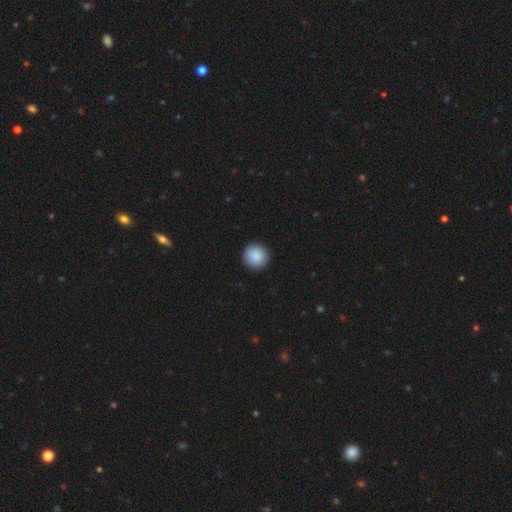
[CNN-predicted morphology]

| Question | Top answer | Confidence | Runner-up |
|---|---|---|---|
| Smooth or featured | smooth | 89% | star or artifact (7%) |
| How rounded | round | 96% | in between (3%) |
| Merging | none | 93% | minor disturbance (5%) |